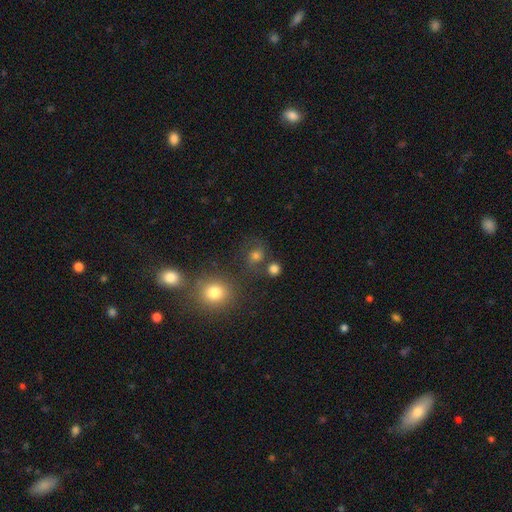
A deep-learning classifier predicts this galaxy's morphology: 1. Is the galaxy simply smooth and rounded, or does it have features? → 62% smooth, 21% star or artifact, 17% featured or disk.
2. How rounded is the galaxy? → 76% round, 23% in between, 1% cigar-shaped.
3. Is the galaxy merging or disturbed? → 63% none, 15% minor disturbance, 13% merger, 10% major disturbance.